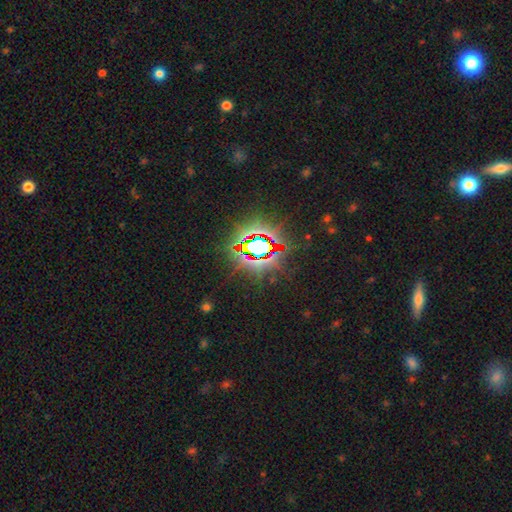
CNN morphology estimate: Smooth or featured? Predicted: star or artifact (p=0.81).